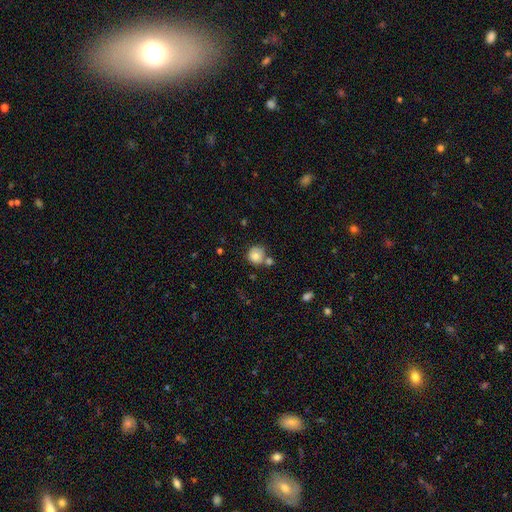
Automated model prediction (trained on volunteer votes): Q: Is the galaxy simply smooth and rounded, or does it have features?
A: smooth — 78%.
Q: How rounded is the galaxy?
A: round — 90%.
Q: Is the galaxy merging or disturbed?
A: none — 62%.